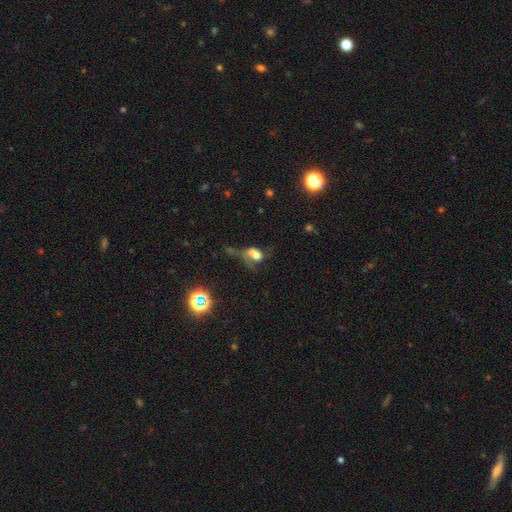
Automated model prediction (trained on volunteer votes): smooth 50%, featured or disk 32%, star or artifact 18%. Down the decision tree: how rounded — in between (71%); merging — major disturbance (49%).